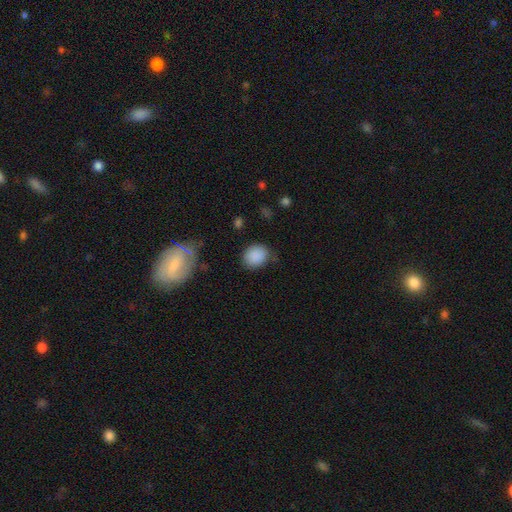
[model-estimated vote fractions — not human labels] smooth 88%, star or artifact 8%, featured or disk 4%. Down the decision tree: how rounded — round (57%); merging — none (76%).